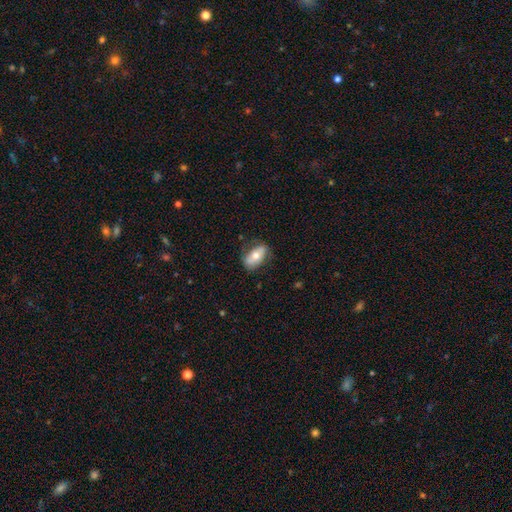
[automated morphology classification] smooth-or-featured: smooth: 60% | featured or disk: 34% | star or artifact: 7%
  how-rounded: in between: 89% | cigar-shaped: 6% | round: 5%
  merging: none: 71% | minor disturbance: 21% | major disturbance: 6% | merger: 2%